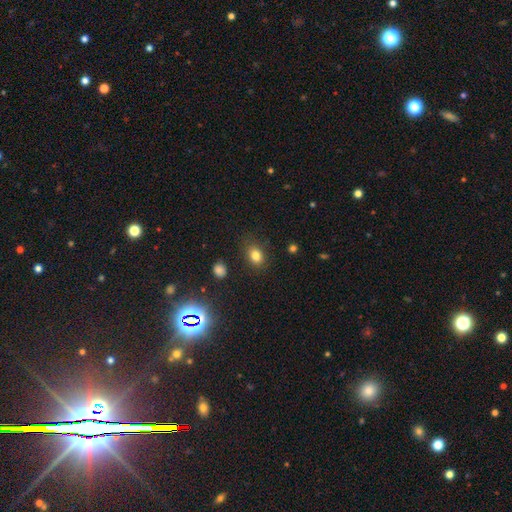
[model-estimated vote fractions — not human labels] Smooth or featured: smooth — 80% (star or artifact — 13%)
How rounded: in between — 66% (round — 32%)
Merging: none — 81% (minor disturbance — 13%)